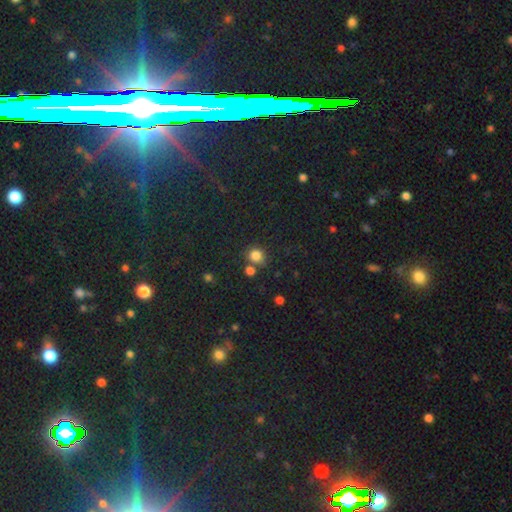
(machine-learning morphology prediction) smooth-or-featured: smooth: 81% | star or artifact: 14% | featured or disk: 5%
  how-rounded: round: 79% | in between: 20% | cigar-shaped: 1%
  merging: none: 66% | merger: 18% | minor disturbance: 12% | major disturbance: 4%